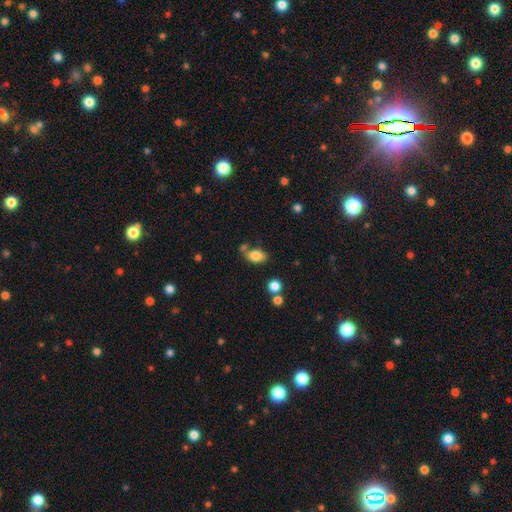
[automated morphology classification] Overall: smooth (82%). How rounded: in between (83%). Merging: none (63%).